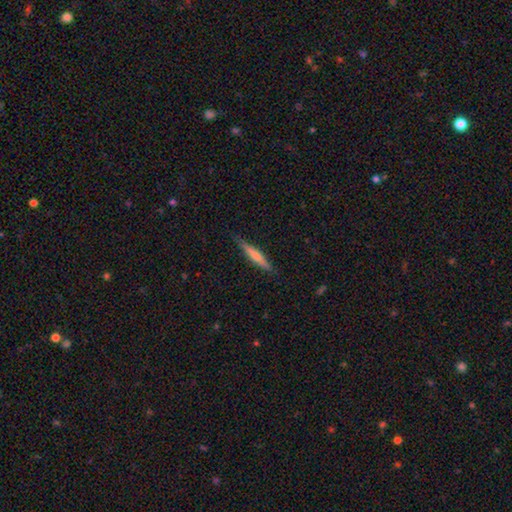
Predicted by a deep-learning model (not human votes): The model was most divided on "smooth or featured": smooth: 56%, featured or disk: 38%, star or artifact: 6%. More confident: how rounded — cigar-shaped (92%); merging — none (86%).